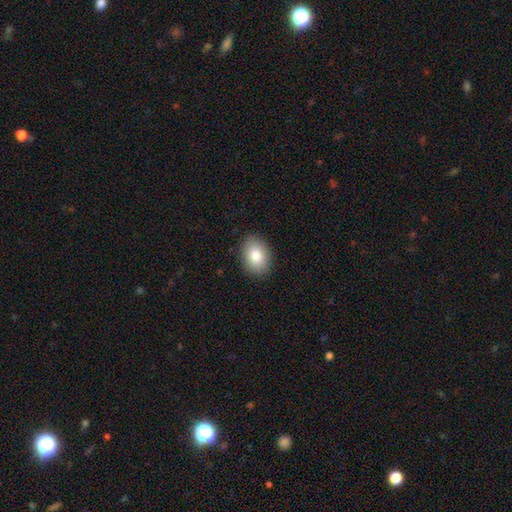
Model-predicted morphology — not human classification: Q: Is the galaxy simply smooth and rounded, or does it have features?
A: smooth — 84%.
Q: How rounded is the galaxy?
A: in between — 78%.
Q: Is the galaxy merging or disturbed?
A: none — 89%.